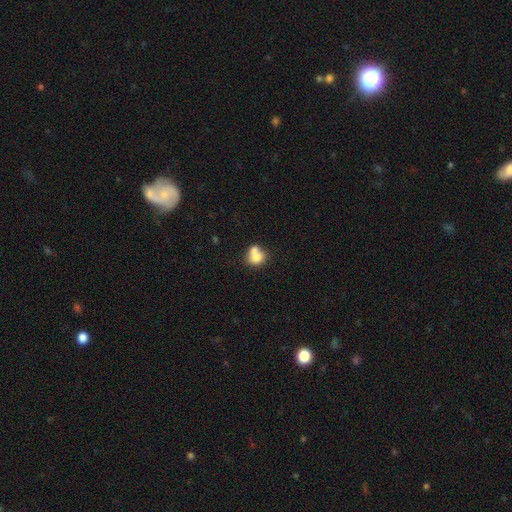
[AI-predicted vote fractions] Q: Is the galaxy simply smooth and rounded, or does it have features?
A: smooth — 74%.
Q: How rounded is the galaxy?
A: round — 69%.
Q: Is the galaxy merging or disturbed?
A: merger — 55%.